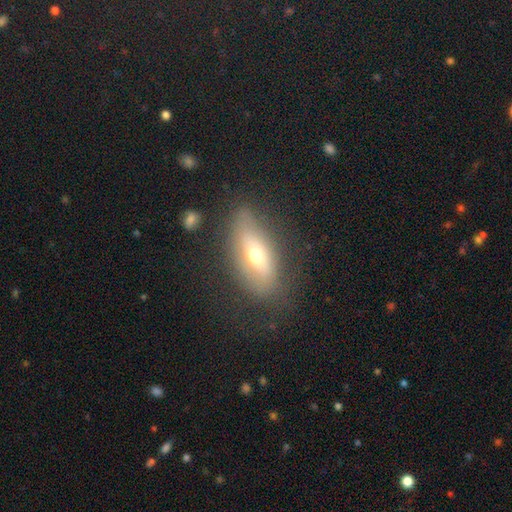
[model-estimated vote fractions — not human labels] This appears to be a smooth galaxy with no disk features (47%). Merging: none (68%).